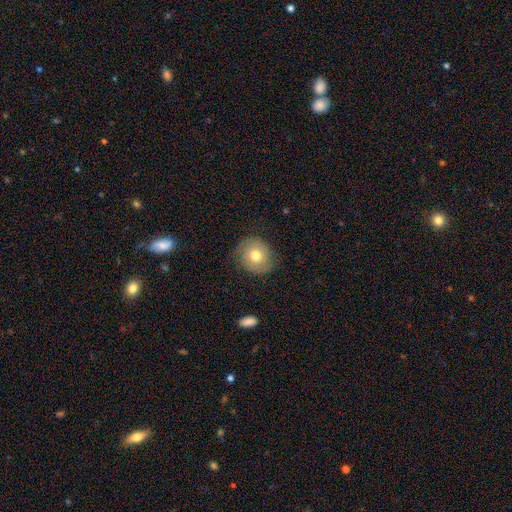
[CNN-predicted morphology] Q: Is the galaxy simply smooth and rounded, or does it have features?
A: smooth — 69%.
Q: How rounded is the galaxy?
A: round — 79%.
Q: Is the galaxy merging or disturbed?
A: none — 80%.